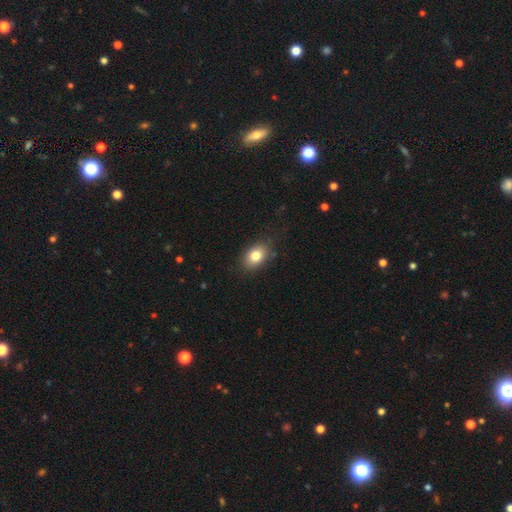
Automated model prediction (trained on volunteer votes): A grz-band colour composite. It shows a smooth galaxy with no disk features (81%) that is in between round and cigar-shaped (78%). Merging: none (82%).